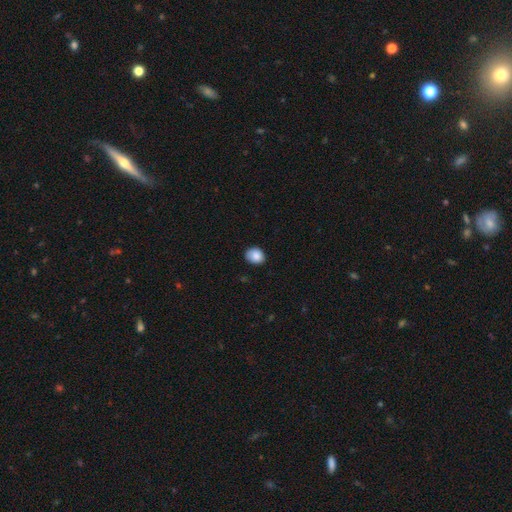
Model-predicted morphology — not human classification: This appears to be a smooth galaxy with no disk features (87%) that is round (62%). Merging: none (78%).